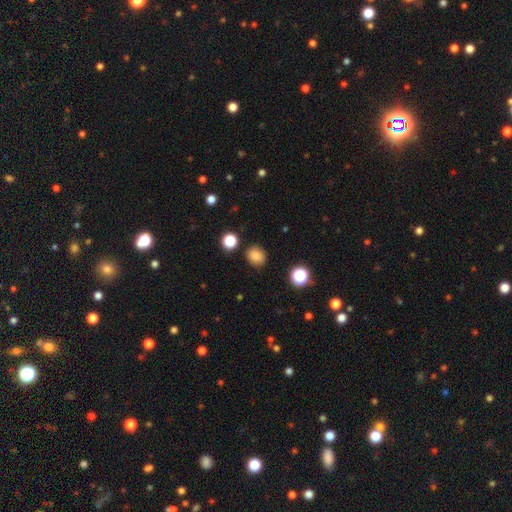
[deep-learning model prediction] This is clearly a smooth galaxy (83%). How rounded: likely round (68%). Merging: clearly none (85%).